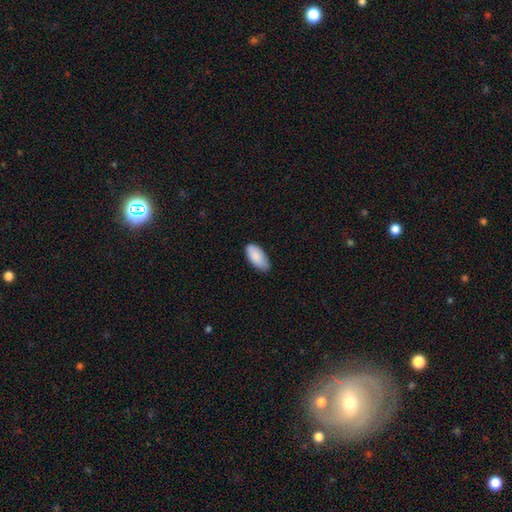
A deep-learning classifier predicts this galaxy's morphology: This appears to be a smooth galaxy with no disk features (88%) that is in between round and cigar-shaped (94%). Merging: none (77%).